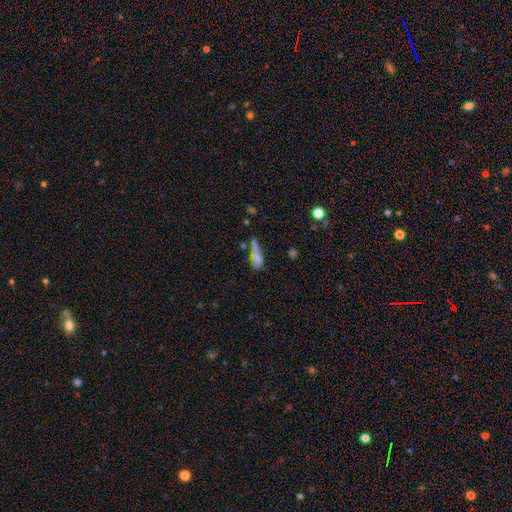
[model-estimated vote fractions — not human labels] Smooth or featured? Predicted: smooth (p=0.64). How rounded? Predicted: cigar-shaped (p=0.61). Merging? Predicted: none (p=0.38).